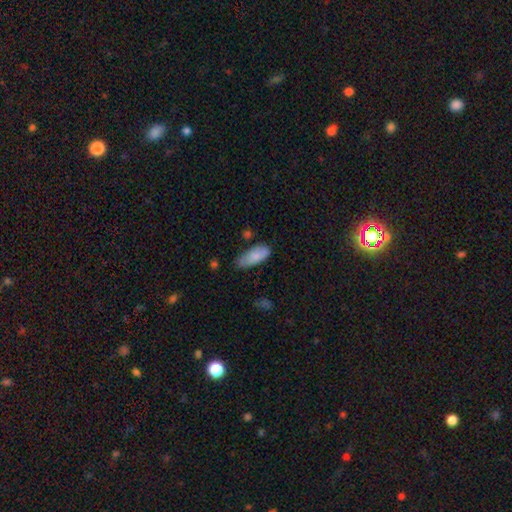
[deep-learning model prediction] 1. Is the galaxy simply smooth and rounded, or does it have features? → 83% smooth, 11% featured or disk, 6% star or artifact.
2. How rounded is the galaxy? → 78% in between, 20% cigar-shaped, 2% round.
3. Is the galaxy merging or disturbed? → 63% none, 28% minor disturbance, 5% major disturbance, 4% merger.